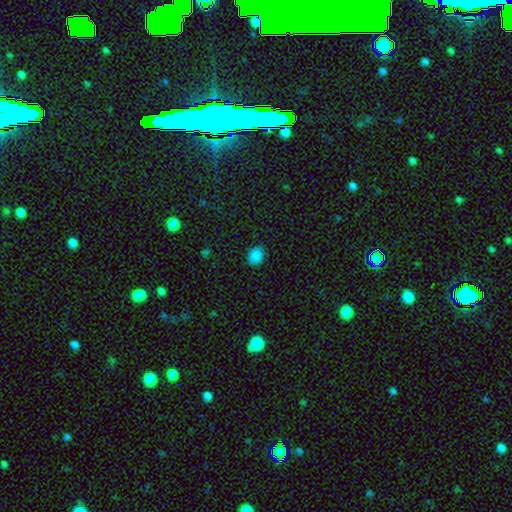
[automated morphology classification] This appears to be a smooth galaxy with no disk features (86%) that is in between round and cigar-shaped (53%). Merging: none (86%).